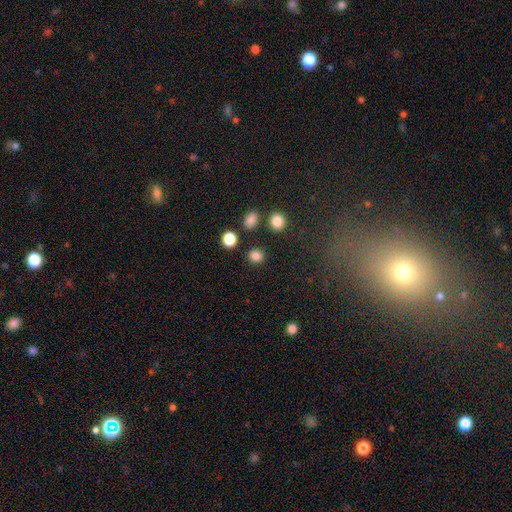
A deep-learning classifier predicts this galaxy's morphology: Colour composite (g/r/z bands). It shows a smooth galaxy with no disk features (84%) that is round (83%). Merging: none (86%).